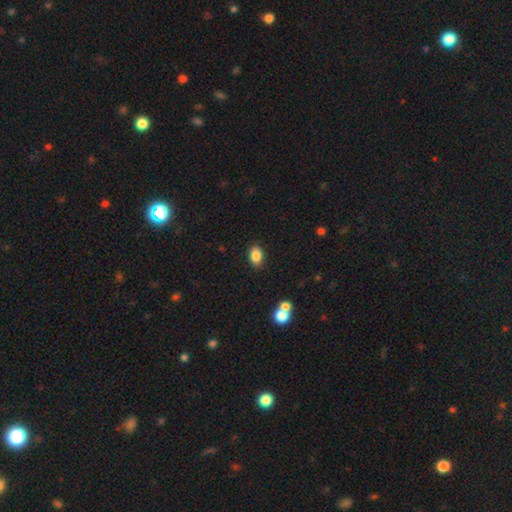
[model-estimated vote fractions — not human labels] A smooth galaxy with no disk features (86%) that is in between round and cigar-shaped (81%). Merging: none (86%).